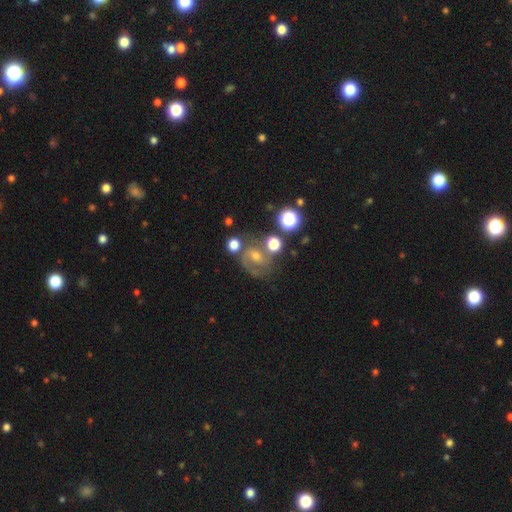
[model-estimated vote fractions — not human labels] Smooth or featured? featured or disk (61%)
Edge-on disk? no (97%)
Bar? weak (44%)
Spiral arms? yes (82%)
Bulge size? small (44%)
Merging? none (54%)